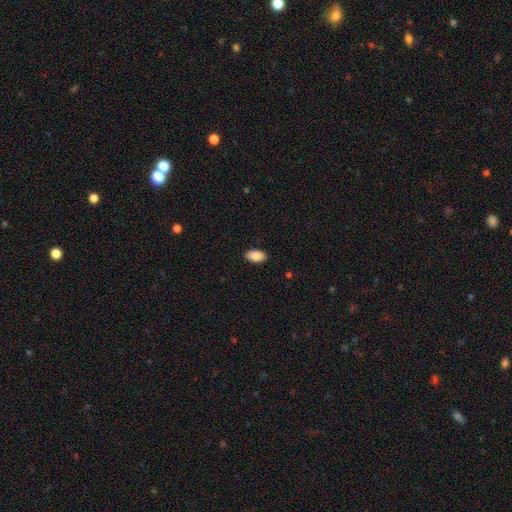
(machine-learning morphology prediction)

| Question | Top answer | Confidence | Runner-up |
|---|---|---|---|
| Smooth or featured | smooth | 88% | star or artifact (7%) |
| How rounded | in between | 94% | round (4%) |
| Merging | none | 89% | minor disturbance (8%) |